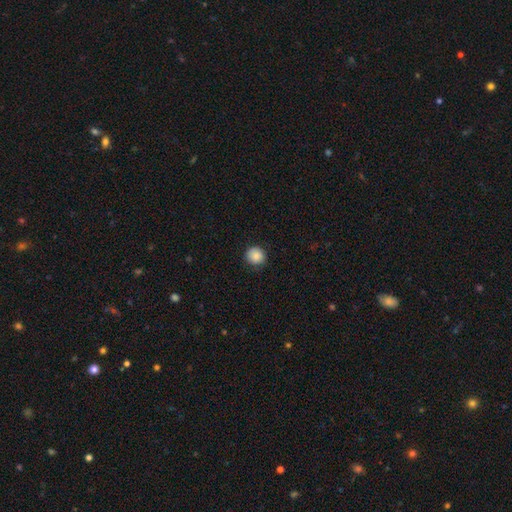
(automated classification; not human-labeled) The model was most divided on "merging": none: 84%, minor disturbance: 12%, major disturbance: 3%, merger: 1%. More confident: how rounded — round (90%); smooth or featured — smooth (87%).